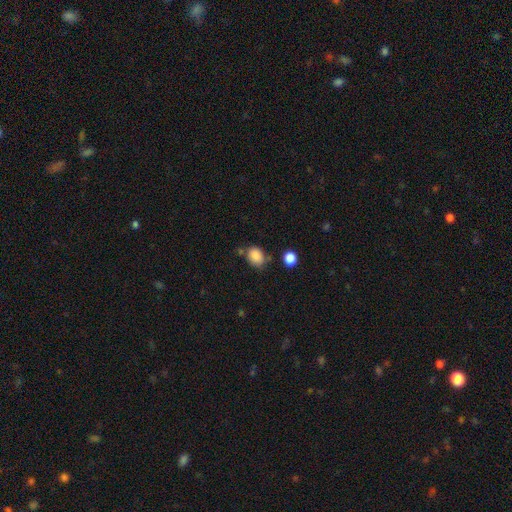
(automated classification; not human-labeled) This appears to be a smooth galaxy with no disk features (86%) that is in between round and cigar-shaped (58%). Merging: none (65%).